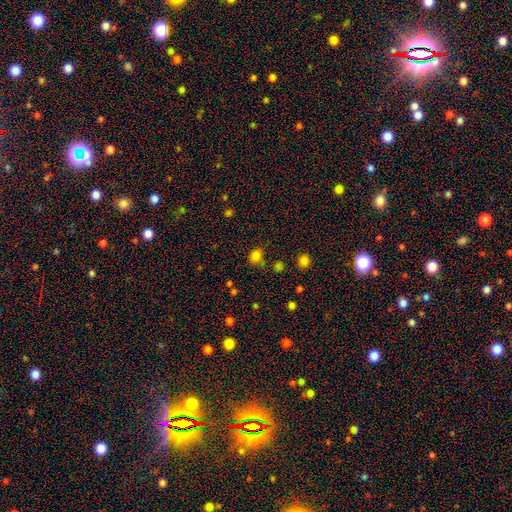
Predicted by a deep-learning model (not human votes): Smooth or featured?
  - smooth: 80% *
  - star or artifact: 15%
  - featured or disk: 5%
How rounded?
  - round: 66% *
  - in between: 33%
  - cigar-shaped: 1%
Merging?
  - none: 73% *
  - minor disturbance: 15%
  - merger: 7%
  - major disturbance: 5%